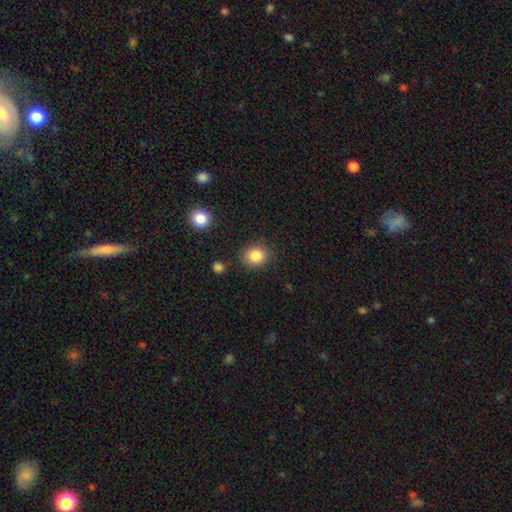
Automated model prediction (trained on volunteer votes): Overall: smooth (85%). How rounded: round (75%). Merging: none (84%).